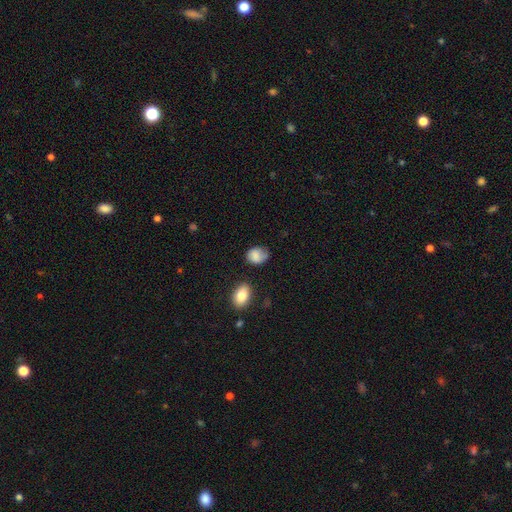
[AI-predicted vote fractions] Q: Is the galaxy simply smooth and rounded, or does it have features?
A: smooth — 82%.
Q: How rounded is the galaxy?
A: in between — 53%.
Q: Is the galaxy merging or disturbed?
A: none — 55%.